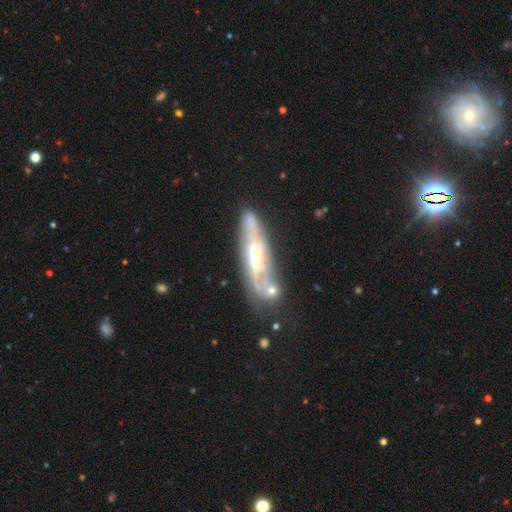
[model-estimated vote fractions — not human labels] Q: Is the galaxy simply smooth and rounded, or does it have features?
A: featured or disk — 76%.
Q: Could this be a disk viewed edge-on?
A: no — 64%.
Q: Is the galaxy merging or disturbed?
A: none — 62%.